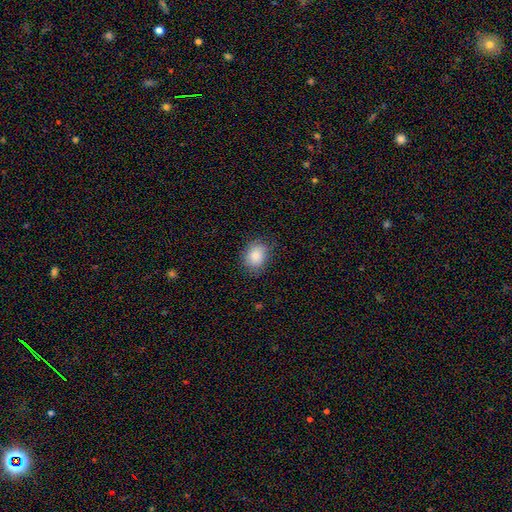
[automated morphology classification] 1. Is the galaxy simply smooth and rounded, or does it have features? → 84% smooth, 8% star or artifact, 8% featured or disk.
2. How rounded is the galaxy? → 50% in between, 49% round, 1% cigar-shaped.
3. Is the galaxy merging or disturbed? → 77% none, 18% minor disturbance, 4% major disturbance, 1% merger.